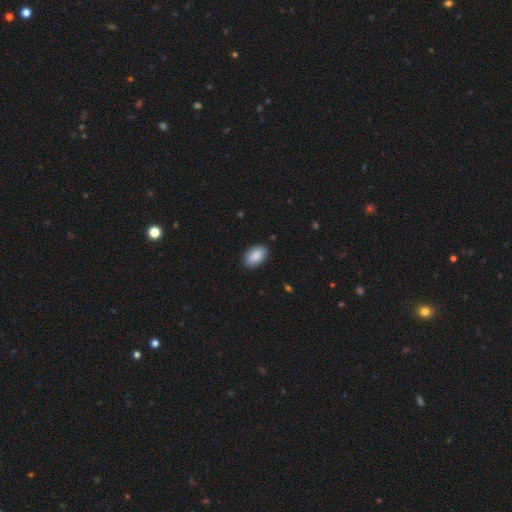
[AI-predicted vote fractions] Overall: smooth (88%). How rounded: in between (93%). Merging: none (87%).